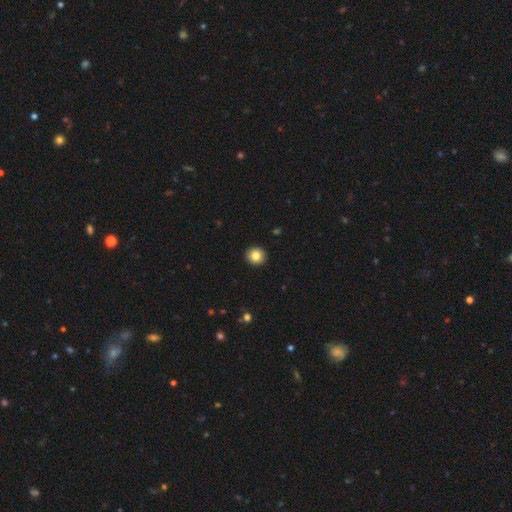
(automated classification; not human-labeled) smooth-or-featured: smooth: 84% | star or artifact: 9% | featured or disk: 7%
  how-rounded: round: 92% | in between: 7% | cigar-shaped: 1%
  merging: none: 93% | minor disturbance: 4% | major disturbance: 1% | merger: 1%